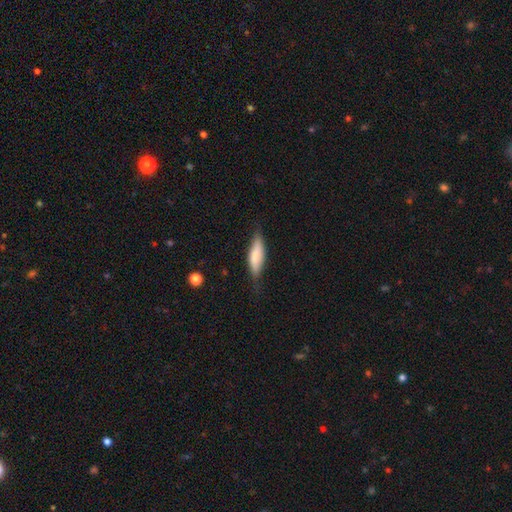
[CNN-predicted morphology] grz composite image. It shows a smooth galaxy with no disk features (72%) that is cigar-shaped (51%). Merging: none (67%).